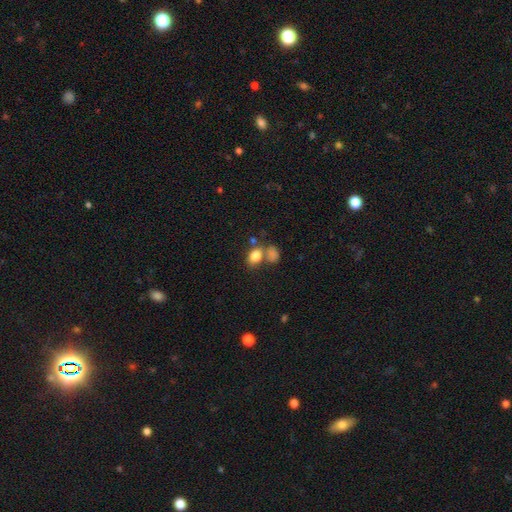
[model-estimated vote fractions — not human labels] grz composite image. It shows a smooth galaxy with no disk features (82%) that is in between round and cigar-shaped (74%). Merging: merger (42%).